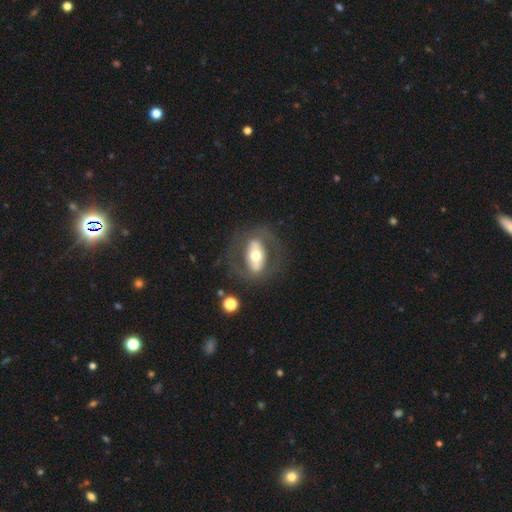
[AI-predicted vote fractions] A featured or disk galaxy (62%) with a strong bar (40%, tied with no), no spiral arms (71%) and a moderate central bulge (67%). Merging: none (70%).